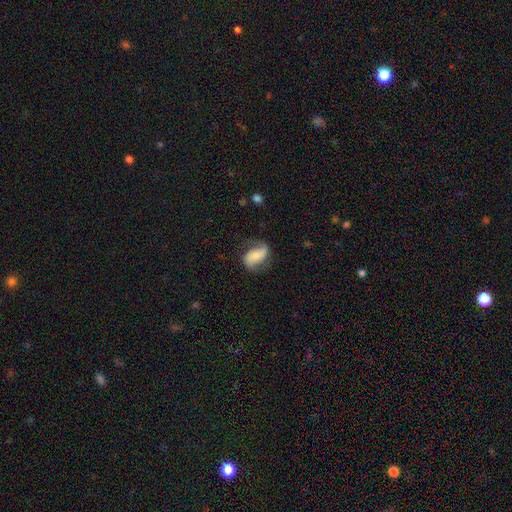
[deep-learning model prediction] The model was most divided on "bulge size": small: 33%, moderate: 24%, none: 24%, large: 14%, dominant: 5%. Remaining: edge-on disk — no (97%); spiral arms — yes (93%); spiral arm count — 2 (84%); smooth or featured — featured or disk (65%); merging — none (64%); spiral winding — loose (52%); bar — no (45%).